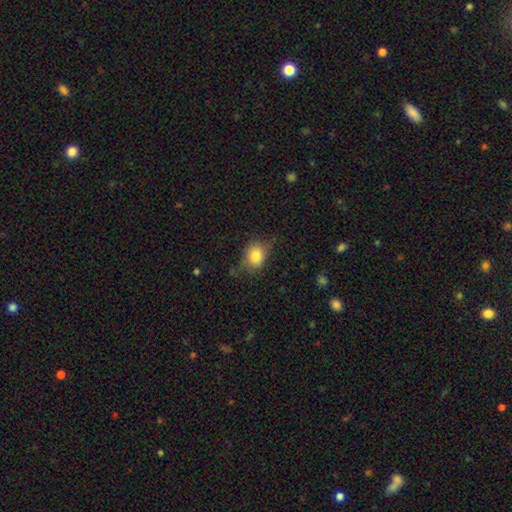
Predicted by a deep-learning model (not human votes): Overall: smooth (79%). How rounded: round (50%; in between 48%). Merging: none (62%; minor disturbance 28%).